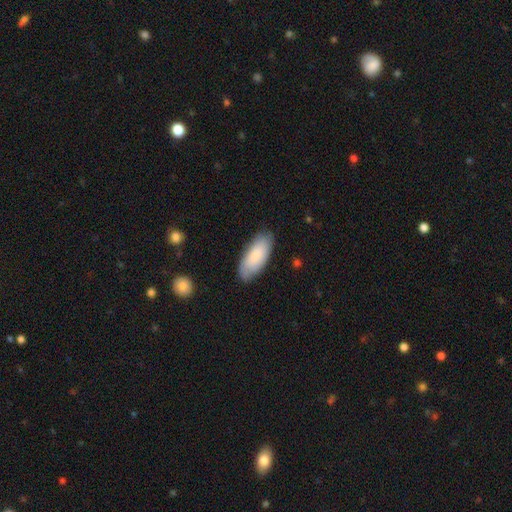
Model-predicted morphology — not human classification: Q: Smooth or featured?
A: smooth (82%); runner-up: featured or disk (13%)
Q: How rounded?
A: in between (84%); runner-up: cigar-shaped (14%)
Q: Merging?
A: none (79%); runner-up: minor disturbance (16%)